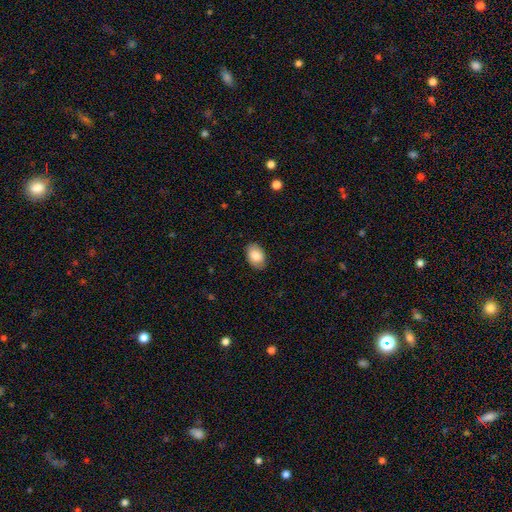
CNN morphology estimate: Smooth or featured? Predicted: smooth (p=0.84). How rounded? Predicted: in between (p=0.89). Merging? Predicted: none (p=0.86).